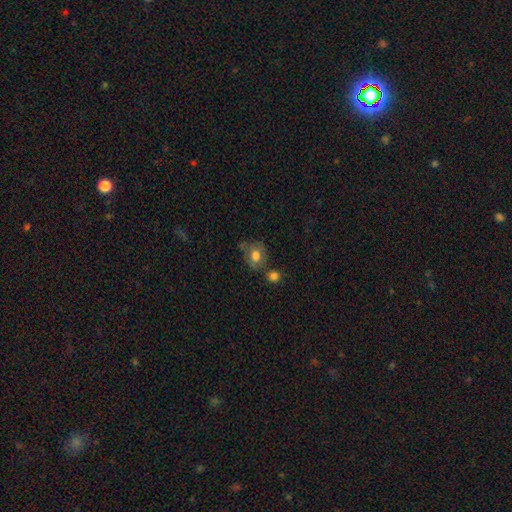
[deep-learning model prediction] The model was most divided on "how rounded": round: 62%, in between: 37%, cigar-shaped: 1%. More confident: smooth or featured — smooth (76%); merging — none (54%).